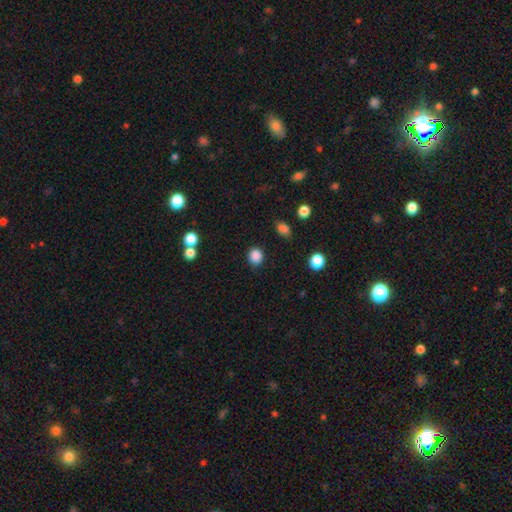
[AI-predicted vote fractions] Q: Smooth or featured?
A: smooth (86%); runner-up: star or artifact (11%)
Q: How rounded?
A: round (83%); runner-up: in between (16%)
Q: Merging?
A: none (87%); runner-up: minor disturbance (8%)